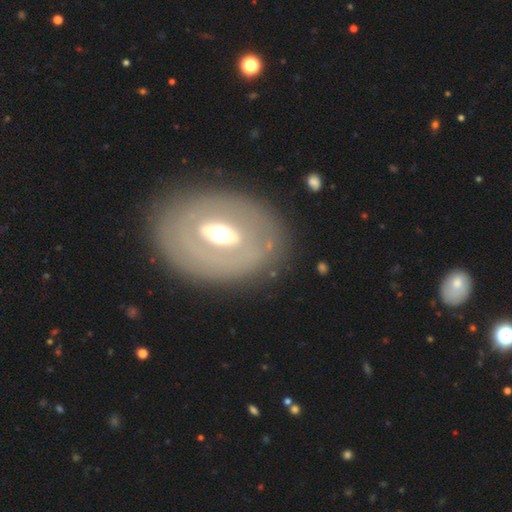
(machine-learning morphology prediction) This appears to be a featured or disk galaxy (65%) with a strong bar (39%), no spiral arms (85%) and a moderate central bulge (67%). Merging: none (79%).